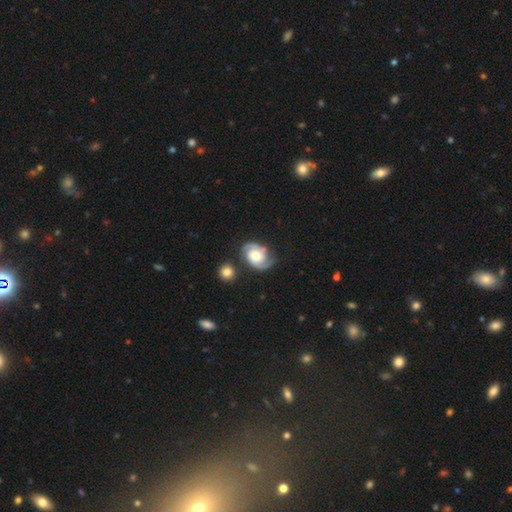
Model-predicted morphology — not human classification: featured or disk 84%, smooth 11%, star or artifact 5%. Down the decision tree: edge-on disk — no (98%); bar — no (65%); spiral arms — yes (96%); spiral arm count — 2 (91%); spiral winding — tight (47%); bulge size — moderate (54%); merging — none (74%).